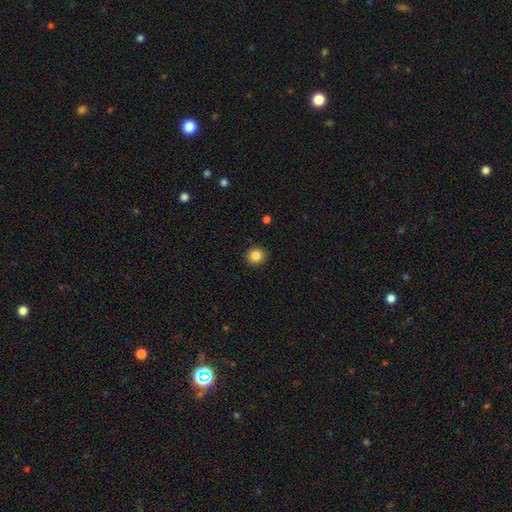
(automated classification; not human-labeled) Smooth or featured?
  - smooth: 85% *
  - star or artifact: 10%
  - featured or disk: 5%
How rounded?
  - round: 90% *
  - in between: 9%
  - cigar-shaped: 1%
Merging?
  - none: 92% *
  - minor disturbance: 6%
  - major disturbance: 2%
  - merger: 1%